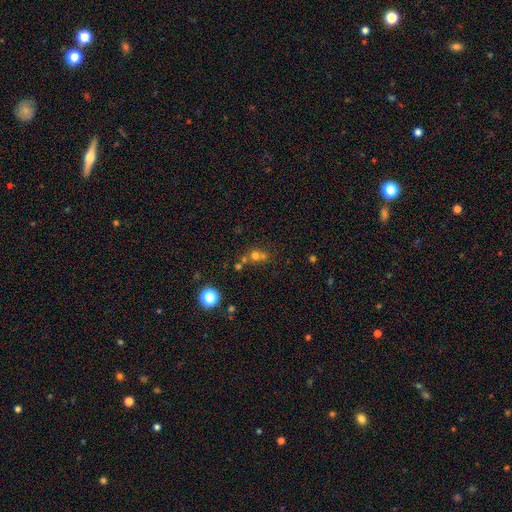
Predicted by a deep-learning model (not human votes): Overall: smooth (61%; star or artifact 24%). How rounded: round (84%). Merging: none (45%; merger 44%).